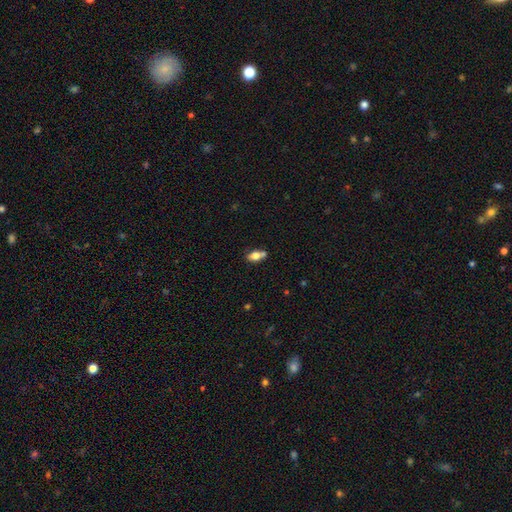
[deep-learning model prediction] This is likely a smooth galaxy (70%). How rounded: clearly in between (81%). Merging: possibly none (53%).